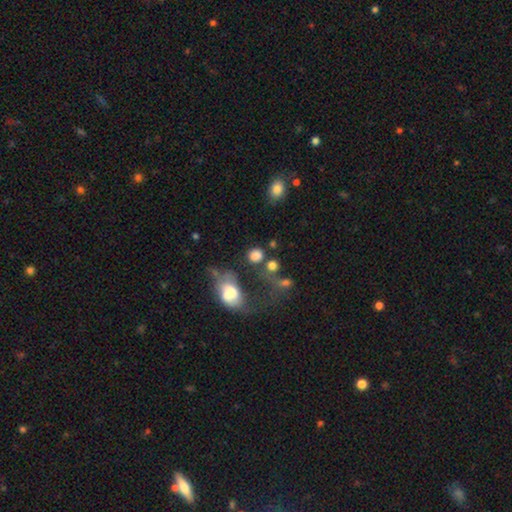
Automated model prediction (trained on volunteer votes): Smooth or featured?
  - smooth: 79% *
  - star or artifact: 13%
  - featured or disk: 8%
How rounded?
  - round: 74% *
  - in between: 24%
  - cigar-shaped: 2%
Merging?
  - none: 55% *
  - merger: 20%
  - minor disturbance: 13%
  - major disturbance: 11%